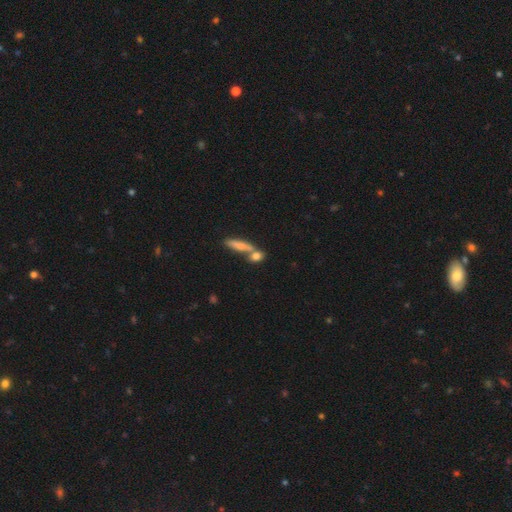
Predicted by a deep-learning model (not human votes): Smooth or featured?
  - smooth: 75% *
  - featured or disk: 16%
  - star or artifact: 10%
How rounded?
  - in between: 39% *
  - cigar-shaped: 34%
  - round: 27%
Merging?
  - none: 49% *
  - merger: 37%
  - minor disturbance: 9%
  - major disturbance: 4%